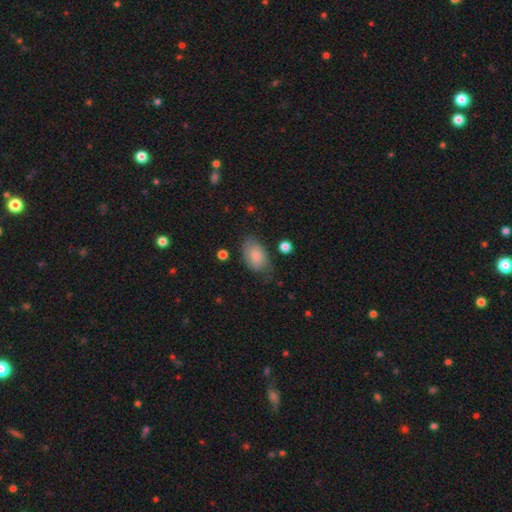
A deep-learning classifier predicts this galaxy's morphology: type=smooth (72%); roundness=in between (90%); merging=none (60%).